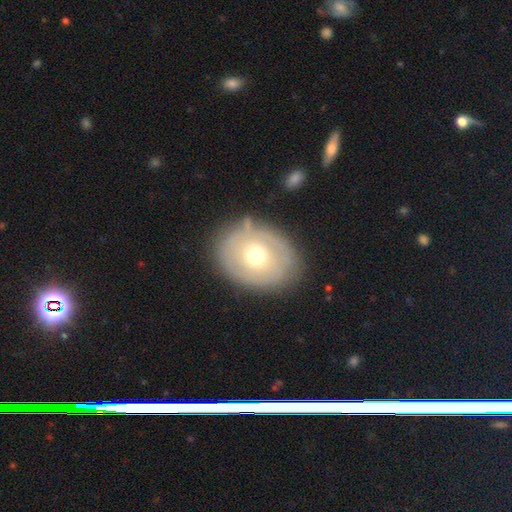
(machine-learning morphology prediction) Smooth or featured? Predicted: smooth (p=0.48). Merging? Predicted: none (p=0.75).